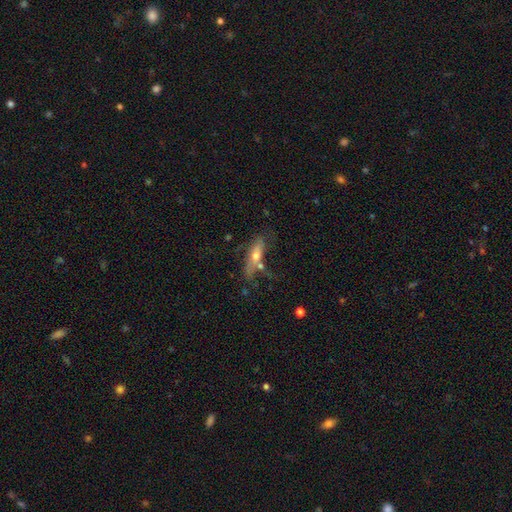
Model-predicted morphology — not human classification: Overall: smooth (47%; featured or disk 45%). Merging: none (46%; minor disturbance 22%).